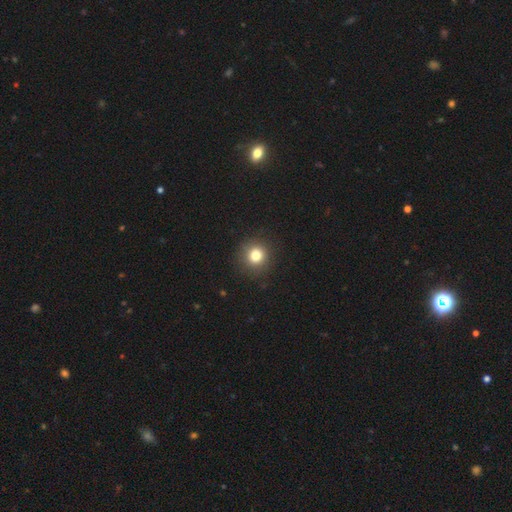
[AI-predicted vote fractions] The model was most divided on "smooth or featured": smooth: 81%, star or artifact: 13%, featured or disk: 6%. More confident: how rounded — round (91%); merging — none (90%).